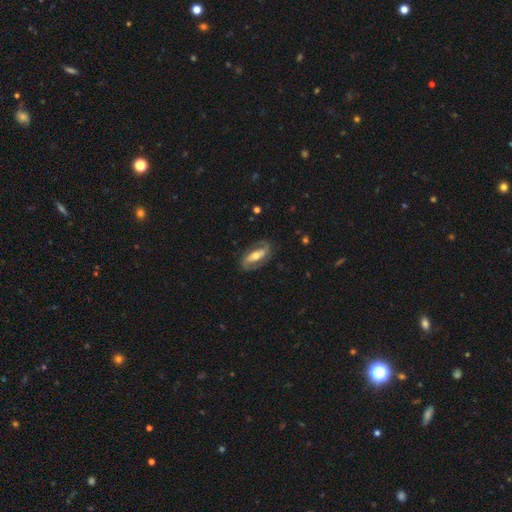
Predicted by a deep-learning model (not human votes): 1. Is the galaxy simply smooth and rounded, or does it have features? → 83% featured or disk, 13% smooth, 5% star or artifact.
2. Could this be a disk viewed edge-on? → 93% no, 7% yes.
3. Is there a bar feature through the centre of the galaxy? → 47% strong, 29% weak, 25% no.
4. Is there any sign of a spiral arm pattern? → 92% yes, 8% no.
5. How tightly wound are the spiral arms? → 47% medium, 29% tight, 24% loose.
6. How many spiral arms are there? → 90% 2, 4% can't tell, 3% 1, 1% 3, 1% 4, 1% more than 4.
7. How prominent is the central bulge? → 65% moderate, 23% small, 9% large, 1% none, 1% dominant.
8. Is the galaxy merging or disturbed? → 80% none, 13% minor disturbance, 6% major disturbance, 1% merger.